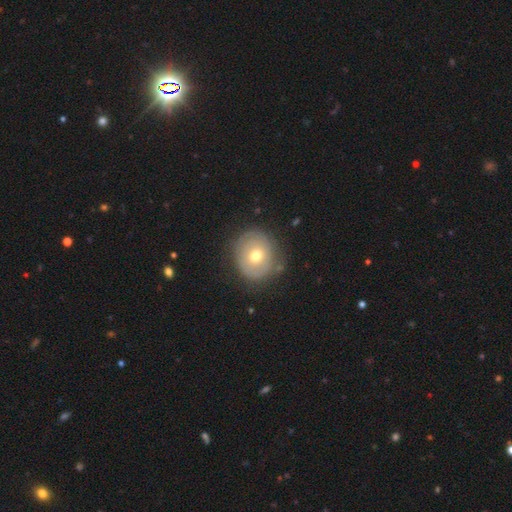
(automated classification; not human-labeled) This appears to be a smooth galaxy with no disk features (53%) that is round (82%). Merging: none (75%).